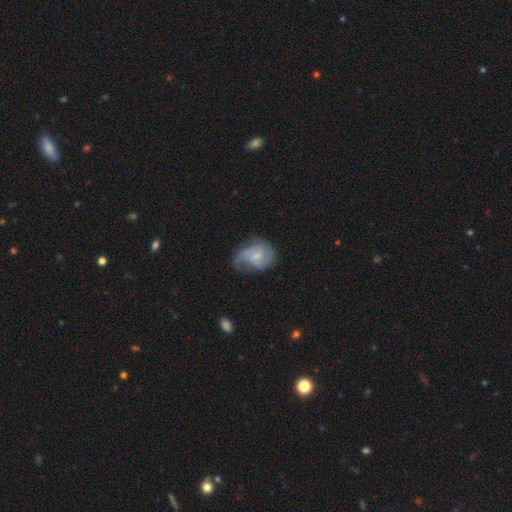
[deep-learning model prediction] Morphology: type=featured or disk (74%); edge-on=no (98%); bar=weak (50%); spiral arms=yes (93%); winding=medium (47%); arm count=2 (50%); bulge=small (59%); merging=none (50%).